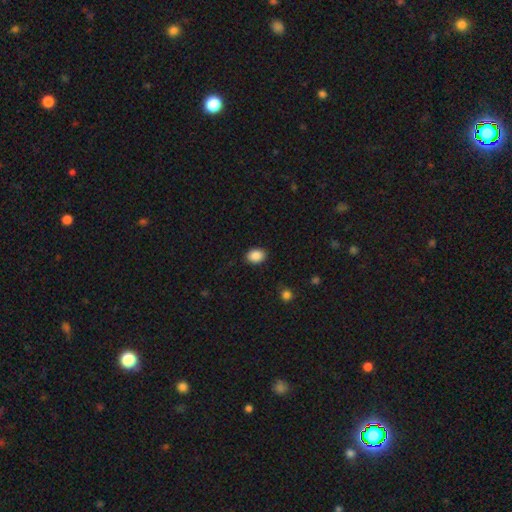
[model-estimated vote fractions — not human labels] Smooth or featured?
  - smooth: 89% *
  - star or artifact: 8%
  - featured or disk: 3%
How rounded?
  - in between: 68% *
  - round: 31%
  - cigar-shaped: 1%
Merging?
  - none: 89% *
  - minor disturbance: 8%
  - major disturbance: 2%
  - merger: 1%